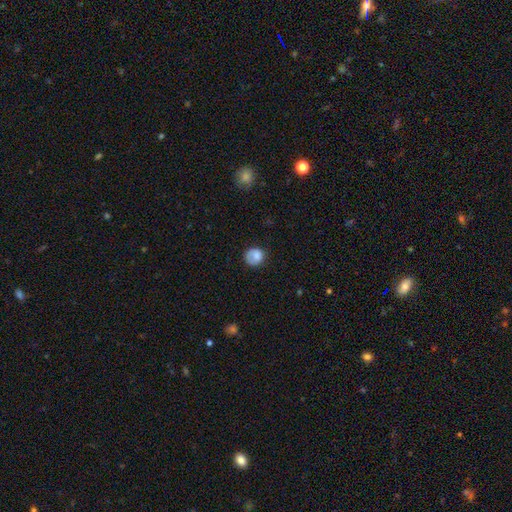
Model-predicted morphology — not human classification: Q: Smooth or featured?
A: smooth (79%); runner-up: featured or disk (12%)
Q: How rounded?
A: round (82%); runner-up: in between (17%)
Q: Merging?
A: none (67%); runner-up: minor disturbance (22%)